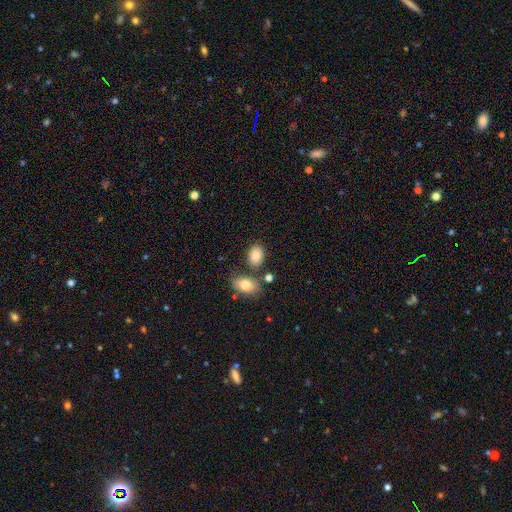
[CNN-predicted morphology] smooth_or_featured: smooth (p=0.83) [alt: featured or disk p=0.09]
how_rounded: in between (p=0.82) [alt: round p=0.17]
merging: none (p=0.69) [alt: merger p=0.14]